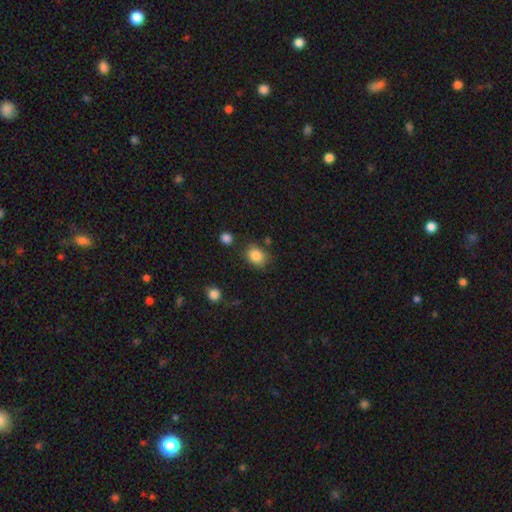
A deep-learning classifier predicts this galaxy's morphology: smooth 85%, star or artifact 10%, featured or disk 6%. Down the decision tree: how rounded — in between (53%); merging — none (73%).